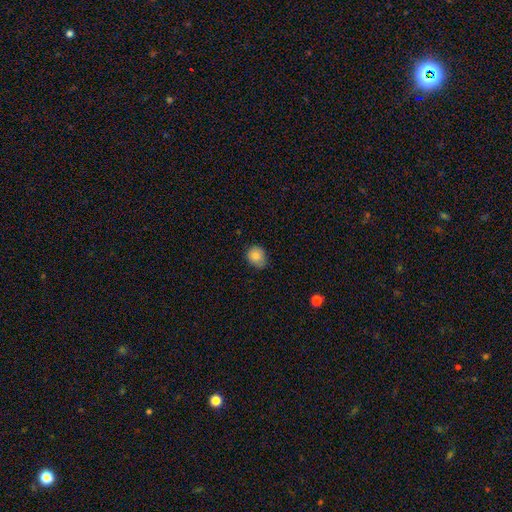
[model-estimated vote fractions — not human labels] A smooth galaxy with no disk features (85%) that is round (66%).

Vote fractions:
- Smooth or featured? smooth: 85% / star or artifact: 9% / featured or disk: 5%
- How rounded? round: 66% / in between: 33% / cigar-shaped: 1%
- Merging? none: 68% / minor disturbance: 27% / major disturbance: 4% / merger: 1%